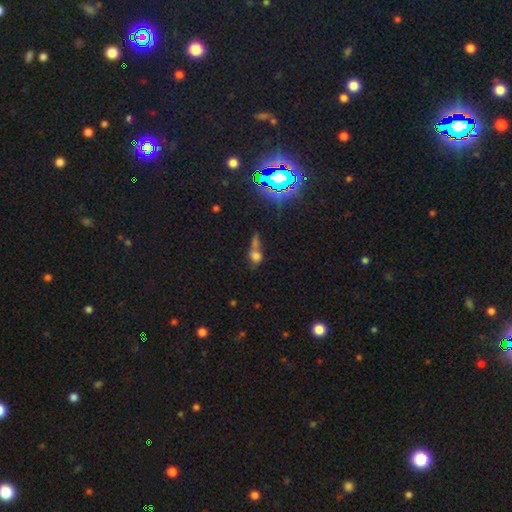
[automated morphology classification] This is possibly a smooth galaxy (59%). How rounded: possibly round (47%). Merging: possibly merger (49%).